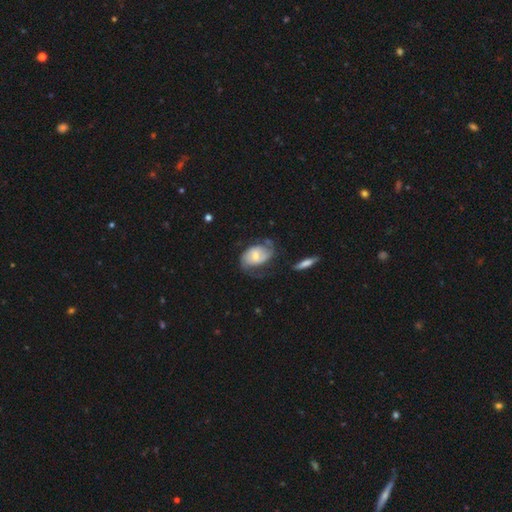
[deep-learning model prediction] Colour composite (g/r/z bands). It shows a featured or disk galaxy (64%) with no bar (47%), 2 (69%) medium (42%) spiral arms (86%) and a moderate central bulge (47%). Merging: none (44%).